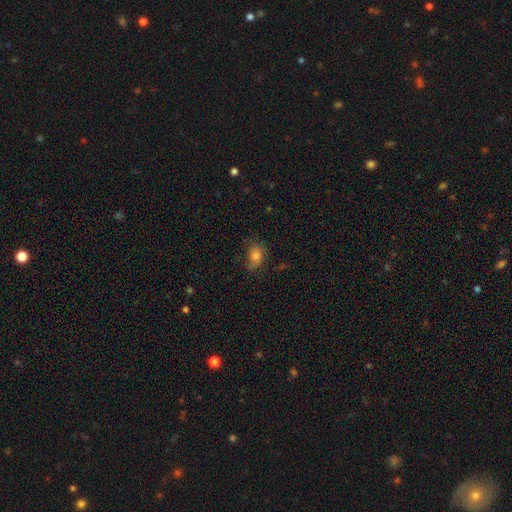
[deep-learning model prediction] smooth 62%, featured or disk 26%, star or artifact 12%. Down the decision tree: how rounded — in between (67%); merging — none (56%).